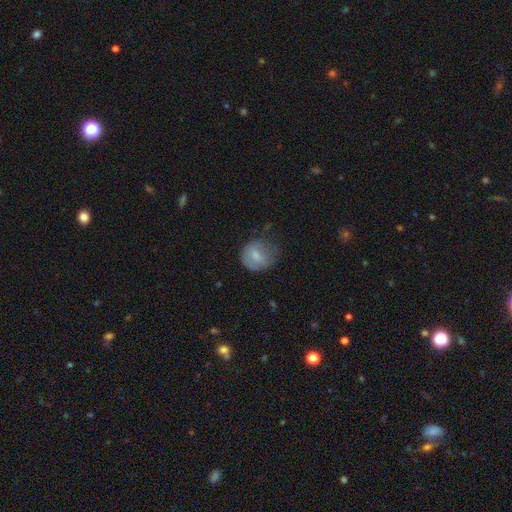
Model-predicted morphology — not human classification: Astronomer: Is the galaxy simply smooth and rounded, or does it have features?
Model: smooth — 72%.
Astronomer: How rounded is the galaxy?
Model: round — 75%.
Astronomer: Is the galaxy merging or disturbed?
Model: none — 48% (runner-up: minor disturbance, 33%).